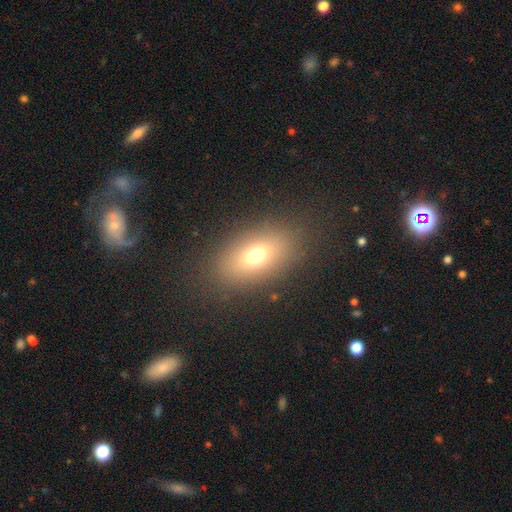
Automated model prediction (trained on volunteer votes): smooth 69%, featured or disk 16%, star or artifact 15%. Down the decision tree: how rounded — in between (81%); merging — none (83%).